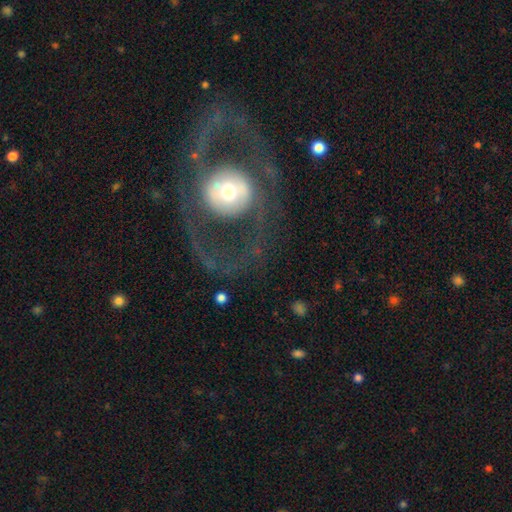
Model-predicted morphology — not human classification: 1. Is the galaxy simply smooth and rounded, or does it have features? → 75% featured or disk, 17% smooth, 8% star or artifact.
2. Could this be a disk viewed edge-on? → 94% no, 6% yes.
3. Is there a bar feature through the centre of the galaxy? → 71% no, 17% weak, 12% strong.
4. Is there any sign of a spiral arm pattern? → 51% yes, 49% no.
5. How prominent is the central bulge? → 49% moderate, 23% large, 20% small, 6% dominant, 2% none.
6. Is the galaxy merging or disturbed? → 74% none, 15% major disturbance, 10% minor disturbance, 2% merger.